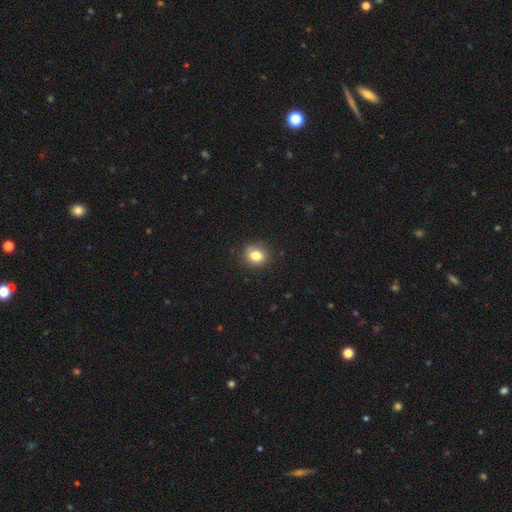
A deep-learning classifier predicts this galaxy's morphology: A smooth galaxy with no disk features (80%) that is round (74%).

Vote fractions:
- Smooth or featured? smooth: 80% / star or artifact: 11% / featured or disk: 9%
- How rounded? round: 74% / in between: 25% / cigar-shaped: 1%
- Merging? none: 83% / minor disturbance: 13% / major disturbance: 3% / merger: 1%